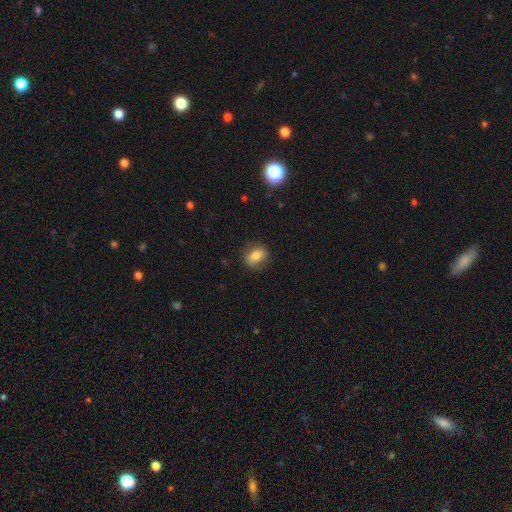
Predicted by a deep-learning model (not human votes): The model was most divided on "how rounded": in between: 52%, round: 45%, cigar-shaped: 2%. More confident: merging — none (81%); smooth or featured — smooth (73%).